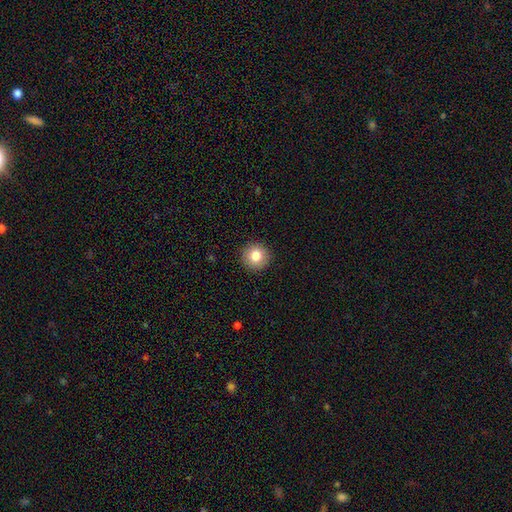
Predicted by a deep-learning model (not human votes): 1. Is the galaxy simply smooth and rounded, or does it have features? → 82% smooth, 10% star or artifact, 8% featured or disk.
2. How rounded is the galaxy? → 95% round, 4% in between, 1% cigar-shaped.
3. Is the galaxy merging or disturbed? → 92% none, 5% minor disturbance, 2% major disturbance, 1% merger.